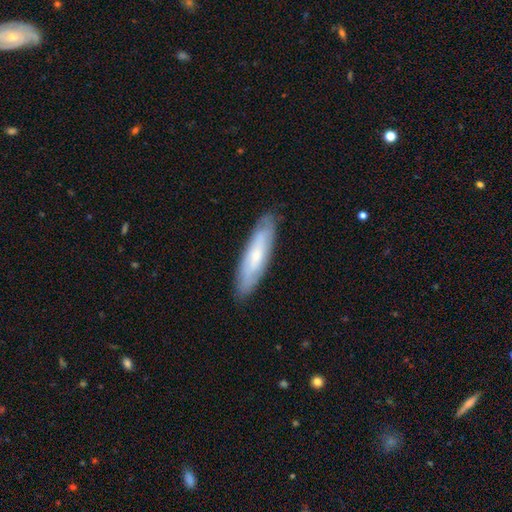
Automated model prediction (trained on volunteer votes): Smooth or featured? smooth (50%)
How rounded? cigar-shaped (71%)
Merging? none (86%)